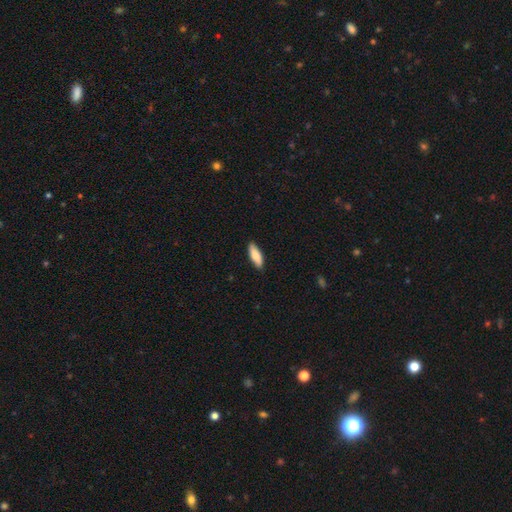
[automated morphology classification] Smooth or featured?
  - smooth: 81% *
  - featured or disk: 14%
  - star or artifact: 5%
How rounded?
  - in between: 56% *
  - cigar-shaped: 42%
  - round: 2%
Merging?
  - none: 88% *
  - minor disturbance: 9%
  - major disturbance: 2%
  - merger: 1%